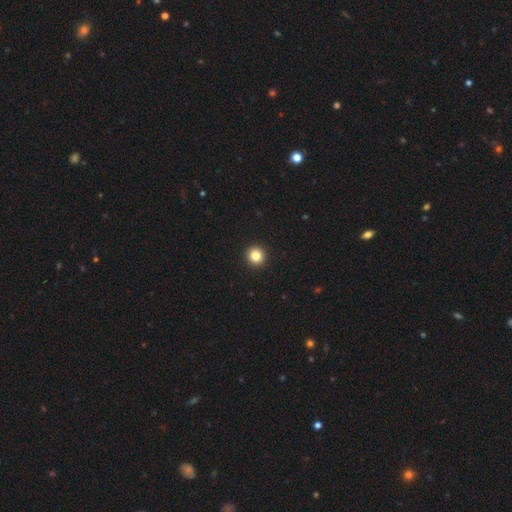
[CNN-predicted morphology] Smooth or featured? smooth (83%)
How rounded? round (95%)
Merging? none (94%)